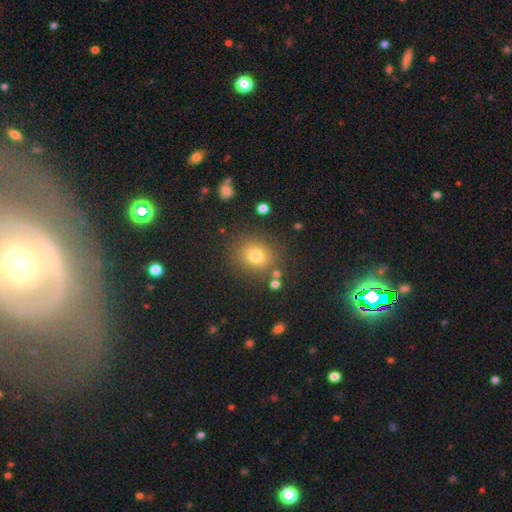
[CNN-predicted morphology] type=smooth (76%); roundness=round (73%); merging=none (83%).